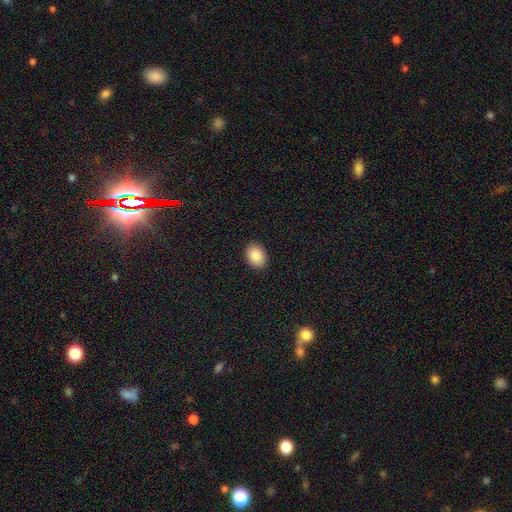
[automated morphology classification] smooth_or_featured: smooth (p=0.89) [alt: star or artifact p=0.07]
how_rounded: in between (p=0.74) [alt: round p=0.25]
merging: none (p=0.91) [alt: minor disturbance p=0.07]